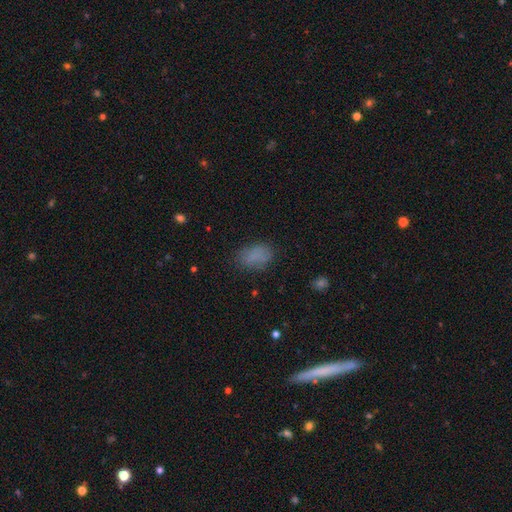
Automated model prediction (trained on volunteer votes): This appears to be a smooth galaxy with no disk features (80%) that is in between round and cigar-shaped (88%). Merging: none (73%).